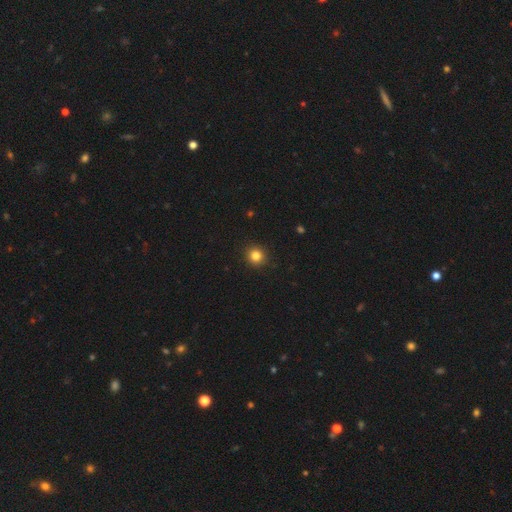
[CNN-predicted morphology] Smooth or featured? smooth (83%)
How rounded? round (91%)
Merging? none (92%)